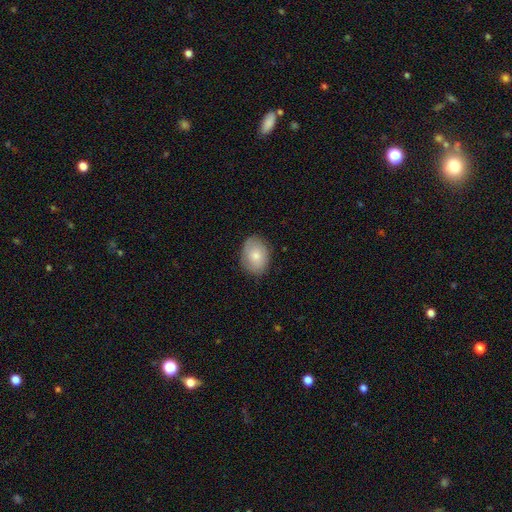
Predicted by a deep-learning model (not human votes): The model was most divided on "how rounded": in between: 70%, round: 29%, cigar-shaped: 1%. More confident: merging — none (81%); smooth or featured — smooth (78%).